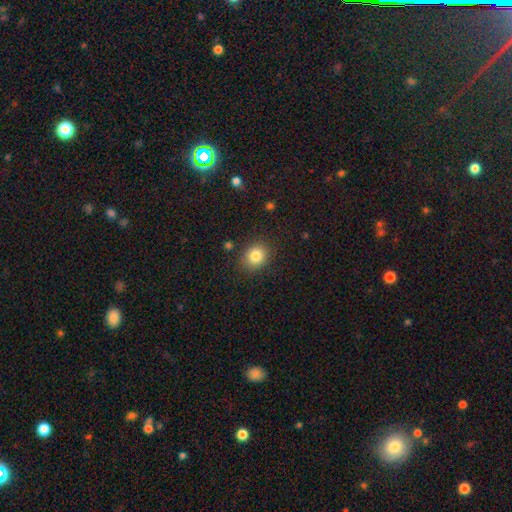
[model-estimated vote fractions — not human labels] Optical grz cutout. It shows a smooth galaxy with no disk features (82%) that is round (68%). Merging: none (86%).